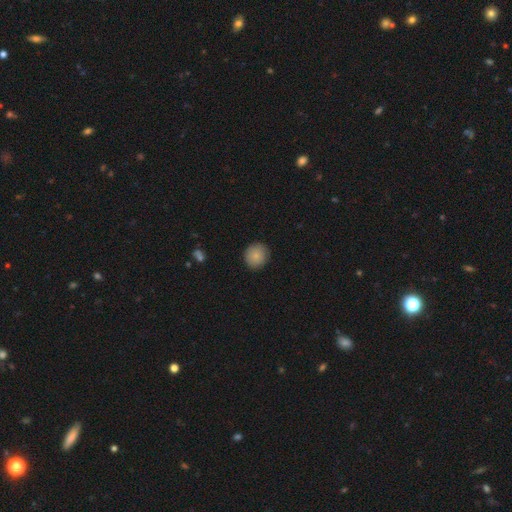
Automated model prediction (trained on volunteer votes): smooth-or-featured: smooth: 85% | star or artifact: 8% | featured or disk: 6%
  how-rounded: round: 89% | in between: 10% | cigar-shaped: 1%
  merging: none: 89% | minor disturbance: 8% | major disturbance: 2% | merger: 1%